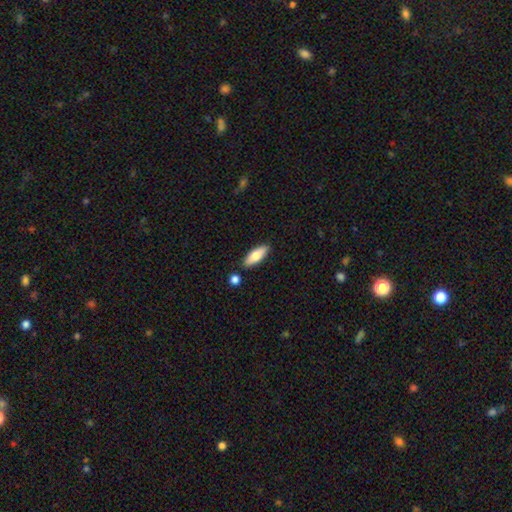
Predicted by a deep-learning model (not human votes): Morphology: type=smooth (72%); roundness=in between (64%); merging=none (85%).